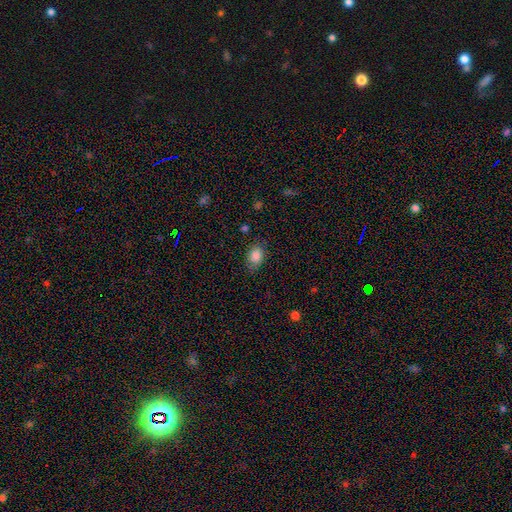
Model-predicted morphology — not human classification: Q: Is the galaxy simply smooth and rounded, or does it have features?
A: smooth — 86%.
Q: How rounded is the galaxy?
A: in between — 71%.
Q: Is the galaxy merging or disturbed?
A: none — 78%.